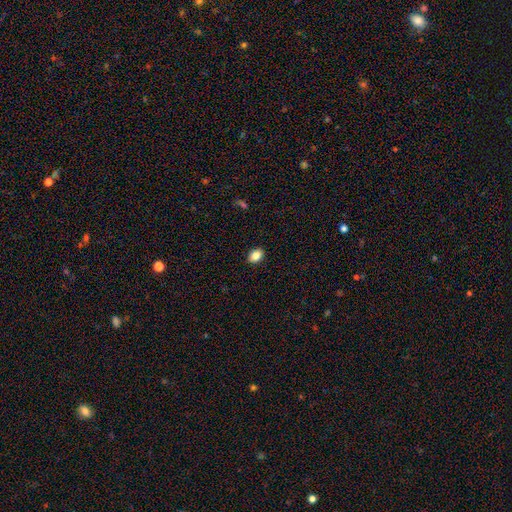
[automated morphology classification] Smooth or featured: smooth — 86% (star or artifact — 9%)
How rounded: in between — 76% (round — 23%)
Merging: none — 90% (minor disturbance — 7%)